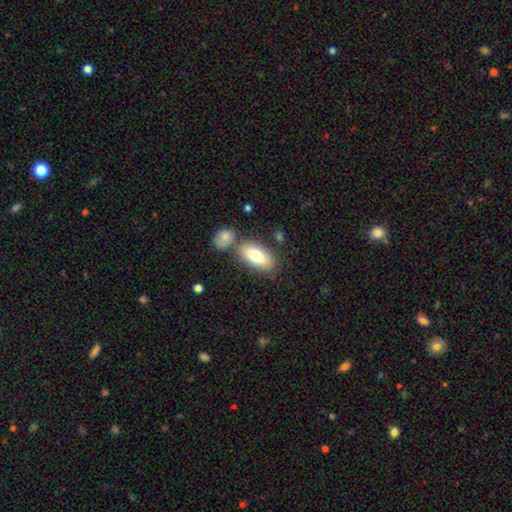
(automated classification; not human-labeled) This appears to be a smooth galaxy with no disk features (76%) that is in between round and cigar-shaped (90%). Merging: none (69%).